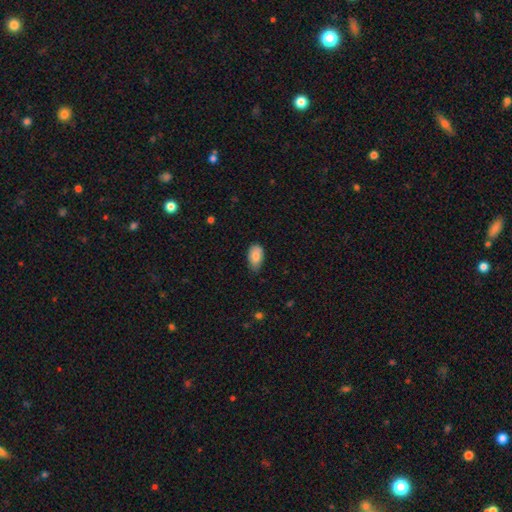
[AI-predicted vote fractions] The model was most divided on "merging": none: 59%, minor disturbance: 35%, major disturbance: 5%, merger: 1%. More confident: how rounded — in between (93%); smooth or featured — smooth (82%).